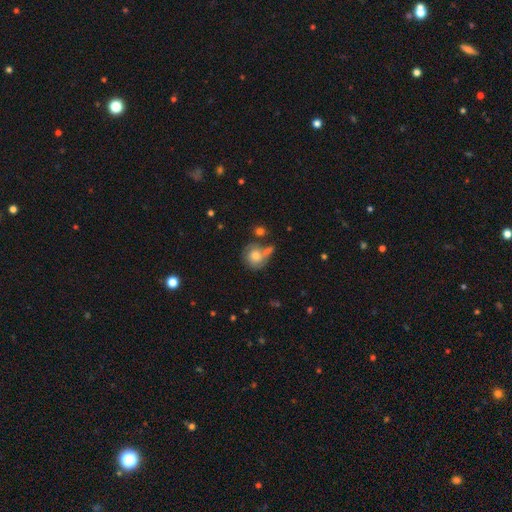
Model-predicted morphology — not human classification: A smooth galaxy with no disk features (63%) that is round (83%).

Vote fractions:
- Smooth or featured? smooth: 63% / featured or disk: 28% / star or artifact: 9%
- How rounded? round: 83% / in between: 15% / cigar-shaped: 1%
- Merging? none: 47% / merger: 22% / minor disturbance: 20% / major disturbance: 11%